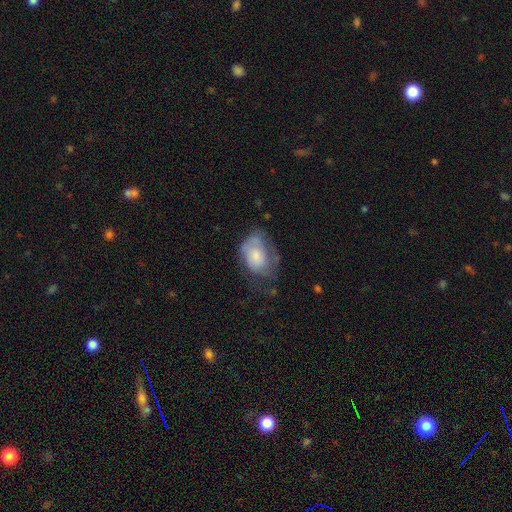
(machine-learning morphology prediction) Smooth or featured?
  - smooth: 52% *
  - featured or disk: 41%
  - star or artifact: 7%
How rounded?
  - in between: 76% *
  - round: 23%
  - cigar-shaped: 1%
Merging?
  - none: 35% *
  - minor disturbance: 32%
  - major disturbance: 29%
  - merger: 3%